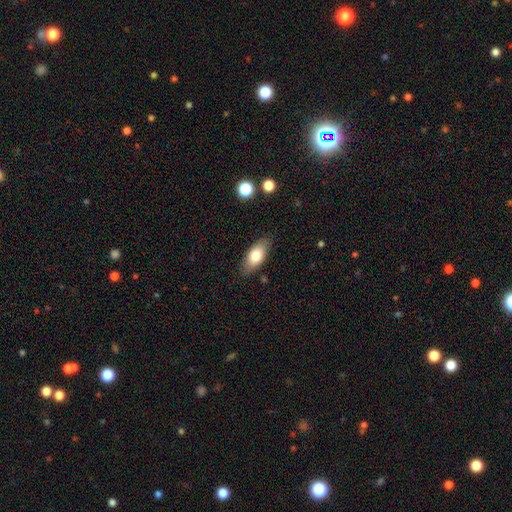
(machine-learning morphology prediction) Overall: smooth (76%). How rounded: in between (86%). Merging: none (85%).